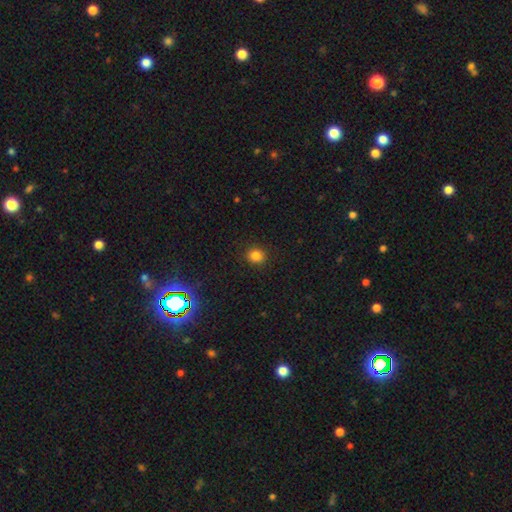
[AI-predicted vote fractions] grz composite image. It shows a smooth galaxy with no disk features (82%) that is round (82%). Merging: none (91%).